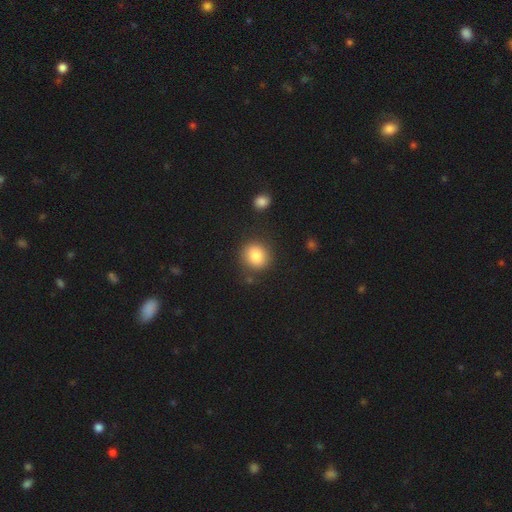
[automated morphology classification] smooth 85%, star or artifact 9%, featured or disk 6%. Down the decision tree: how rounded — round (81%); merging — none (82%).